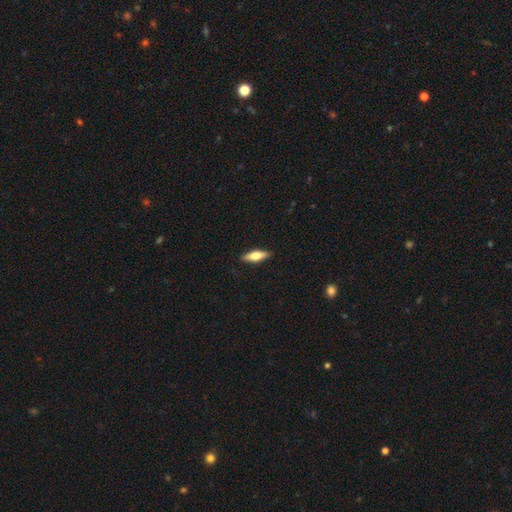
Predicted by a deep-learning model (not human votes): This appears to be a smooth galaxy with no disk features (60%) that is cigar-shaped (51%). Merging: none (89%).